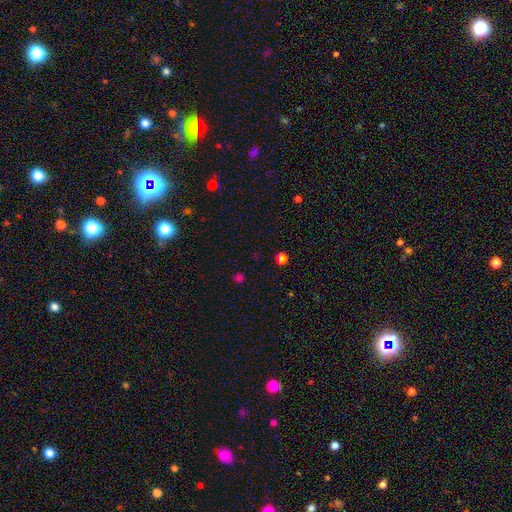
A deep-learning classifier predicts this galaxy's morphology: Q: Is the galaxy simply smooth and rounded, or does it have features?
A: star or artifact — 51%.